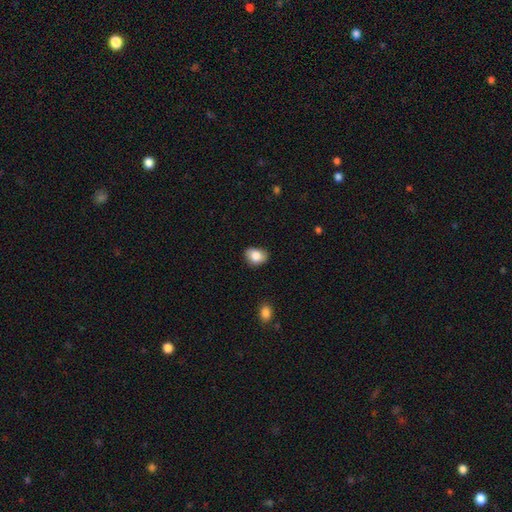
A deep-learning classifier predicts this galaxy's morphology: A smooth galaxy with no disk features (83%) that is in between round and cigar-shaped (64%). Merging: none (74%).